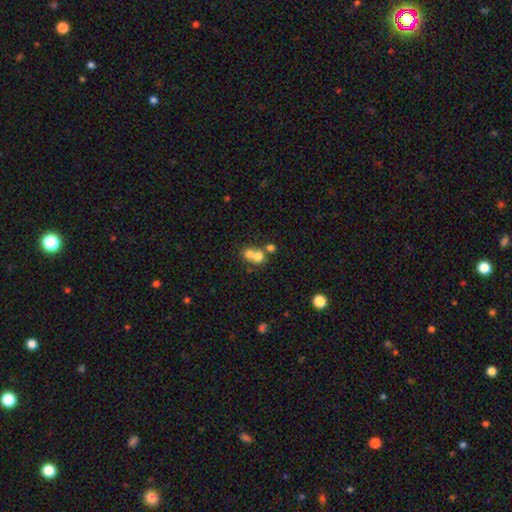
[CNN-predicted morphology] The model was most divided on "merging": merger: 64%, none: 28%, minor disturbance: 5%, major disturbance: 3%. More confident: how rounded — round (78%); smooth or featured — smooth (68%).